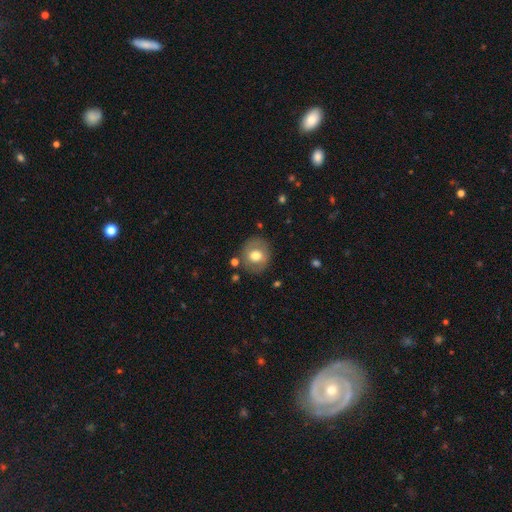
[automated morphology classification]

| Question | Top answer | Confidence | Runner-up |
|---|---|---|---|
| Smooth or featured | smooth | 60% | featured or disk (32%) |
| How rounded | round | 78% | in between (21%) |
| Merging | none | 81% | minor disturbance (12%) |